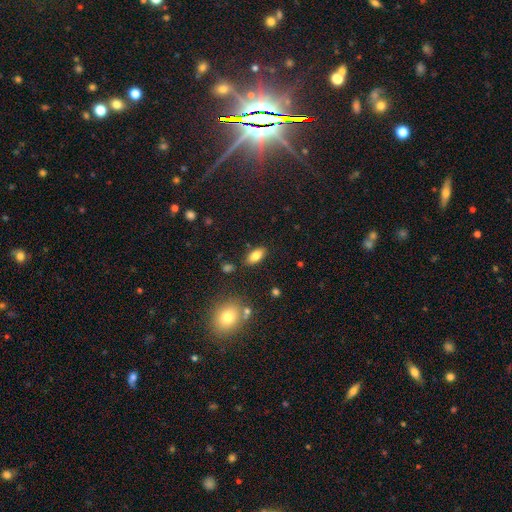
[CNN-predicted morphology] Smooth or featured: smooth — 81% (featured or disk — 10%)
How rounded: in between — 88% (cigar-shaped — 8%)
Merging: none — 84% (minor disturbance — 10%)